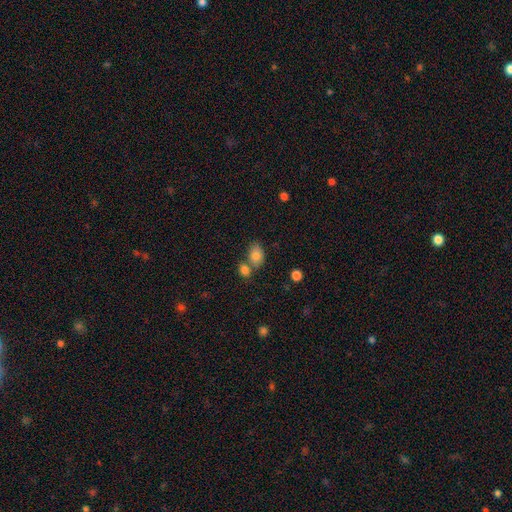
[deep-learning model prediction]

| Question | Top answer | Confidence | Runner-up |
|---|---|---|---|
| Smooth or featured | smooth | 82% | featured or disk (9%) |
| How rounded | in between | 83% | round (16%) |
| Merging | none | 51% | merger (33%) |